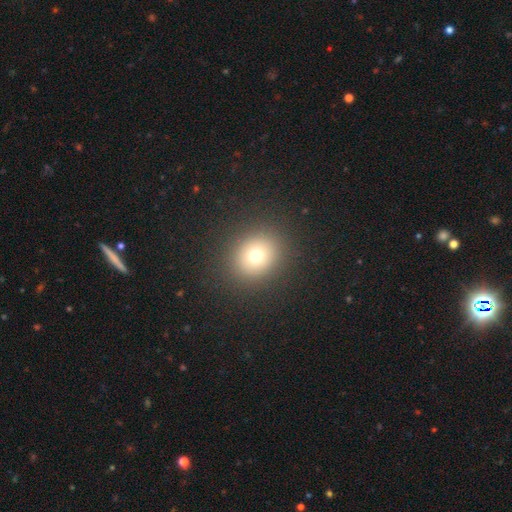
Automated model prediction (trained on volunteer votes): This is likely a smooth galaxy (72%). How rounded: likely round (79%). Merging: clearly none (89%).